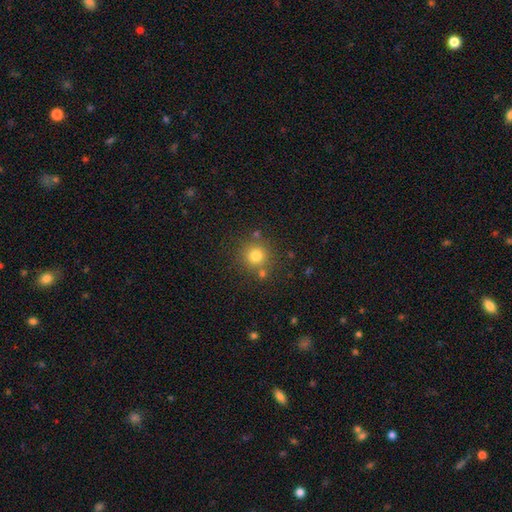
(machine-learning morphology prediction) The model was most divided on "smooth or featured": smooth: 78%, star or artifact: 14%, featured or disk: 7%. More confident: how rounded — round (94%); merging — none (79%).